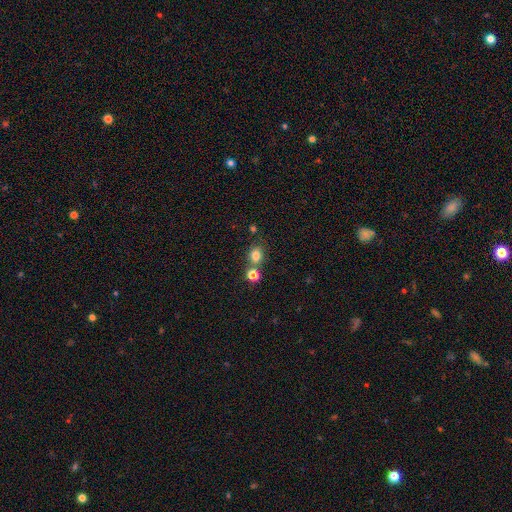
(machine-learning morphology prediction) smooth 78%, star or artifact 14%, featured or disk 8%. Down the decision tree: how rounded — round (55%); merging — none (60%).